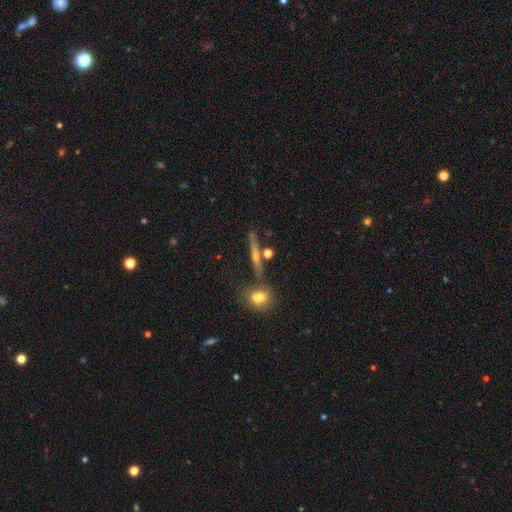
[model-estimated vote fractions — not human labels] Q: Smooth or featured?
A: featured or disk (68%); runner-up: smooth (20%)
Q: Edge-on disk?
A: yes (95%); runner-up: no (5%)
Q: Edge-on bulge?
A: rounded (72%); runner-up: none (21%)
Q: Merging?
A: none (79%); runner-up: minor disturbance (9%)